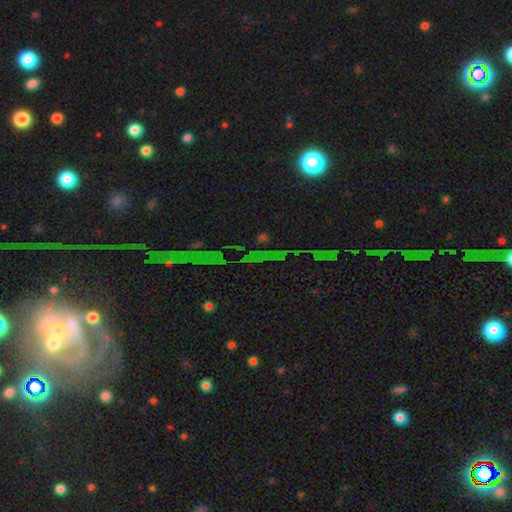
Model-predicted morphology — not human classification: This appears to be a star or artifact, not a galaxy (75%).